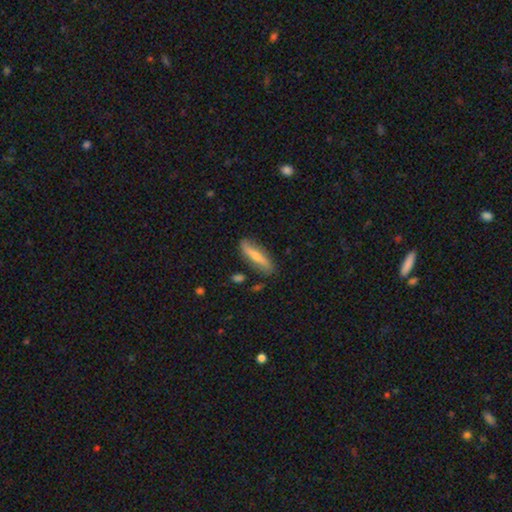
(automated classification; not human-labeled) A smooth galaxy with no disk features (49%). Merging: none (81%).